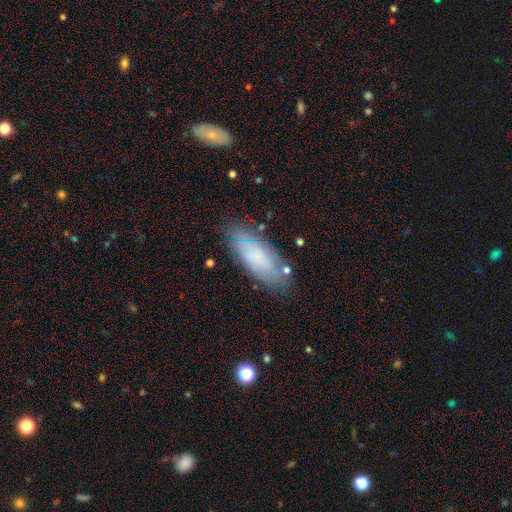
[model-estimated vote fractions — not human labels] smooth_or_featured: smooth (p=0.68) [alt: featured or disk p=0.24]
how_rounded: in between (p=0.72) [alt: cigar-shaped p=0.26]
merging: none (p=0.77) [alt: minor disturbance p=0.16]